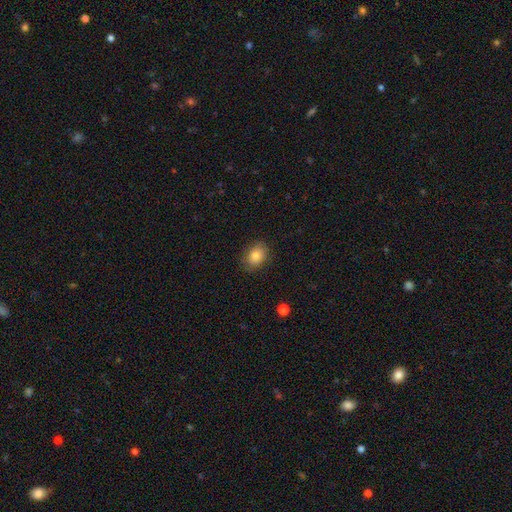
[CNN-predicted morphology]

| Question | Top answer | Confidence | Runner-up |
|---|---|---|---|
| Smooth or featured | smooth | 85% | star or artifact (8%) |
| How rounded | in between | 66% | round (33%) |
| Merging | none | 83% | minor disturbance (13%) |